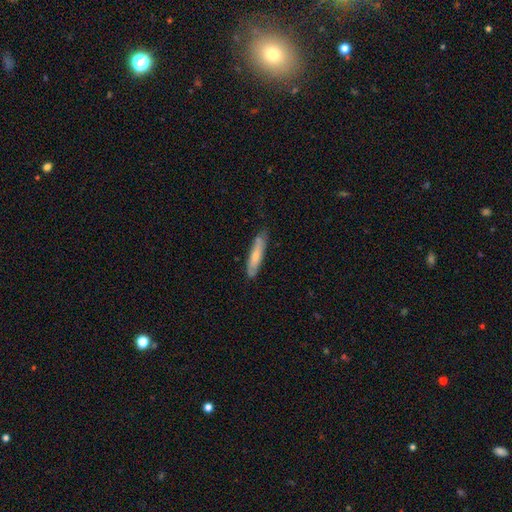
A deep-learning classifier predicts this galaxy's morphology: Overall: smooth (64%; featured or disk 31%). How rounded: cigar-shaped (83%). Merging: none (76%).